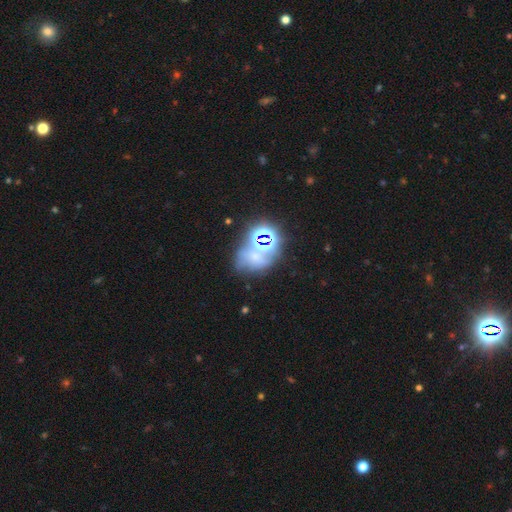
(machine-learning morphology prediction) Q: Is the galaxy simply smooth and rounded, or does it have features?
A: star or artifact — 44%.